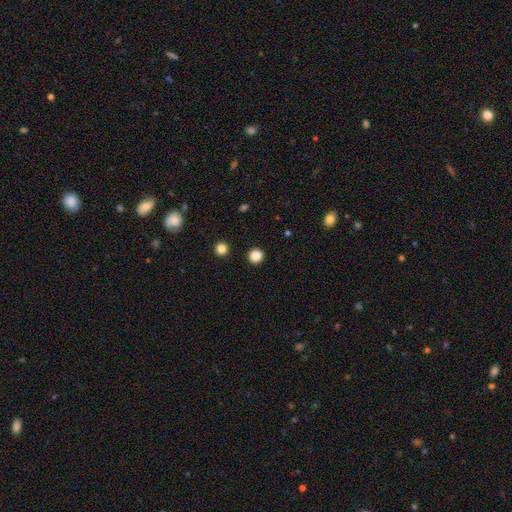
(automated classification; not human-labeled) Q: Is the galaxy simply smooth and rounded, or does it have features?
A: smooth — 85%.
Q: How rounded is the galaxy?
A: round — 94%.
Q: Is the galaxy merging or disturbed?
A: none — 93%.